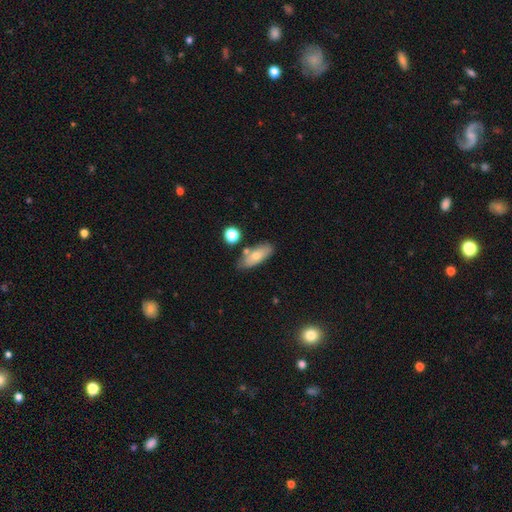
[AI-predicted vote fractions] smooth 67%, featured or disk 26%, star or artifact 8%. Down the decision tree: how rounded — in between (77%); merging — none (69%).